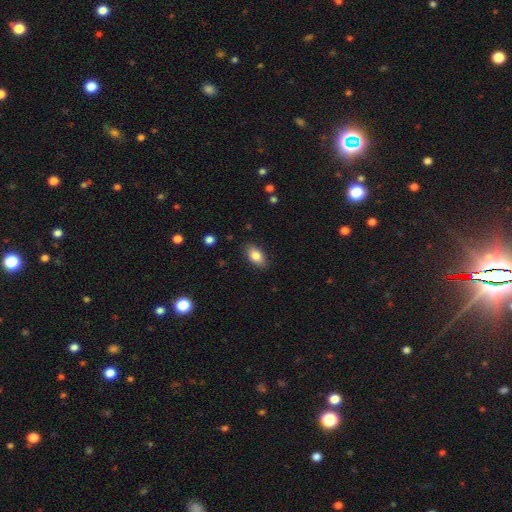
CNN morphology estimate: Q: Smooth or featured?
A: smooth (84%); runner-up: featured or disk (9%)
Q: How rounded?
A: in between (91%); runner-up: round (5%)
Q: Merging?
A: none (86%); runner-up: minor disturbance (11%)